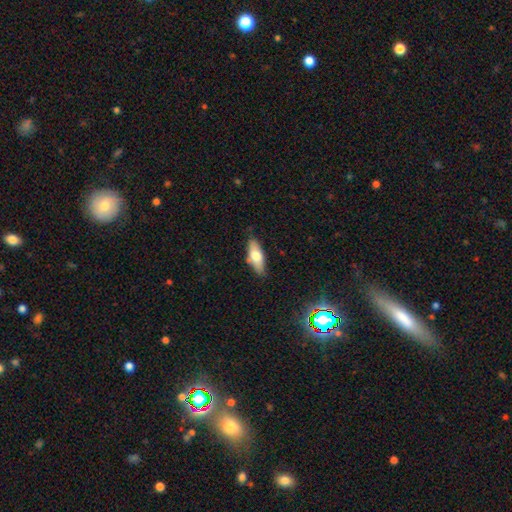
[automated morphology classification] smooth 68%, featured or disk 25%, star or artifact 7%. Down the decision tree: how rounded — in between (70%); merging — none (80%).